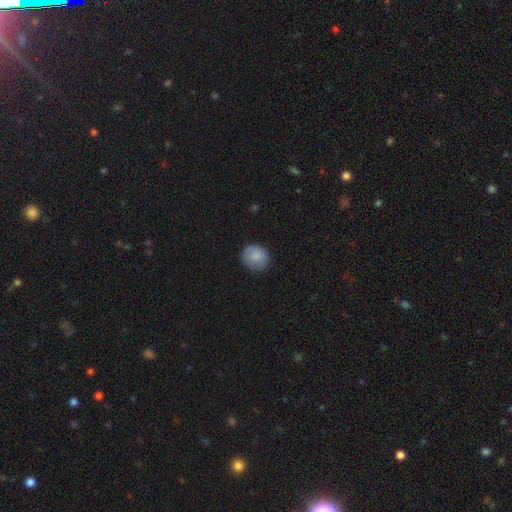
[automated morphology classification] Overall: smooth (86%). How rounded: round (80%). Merging: none (80%).